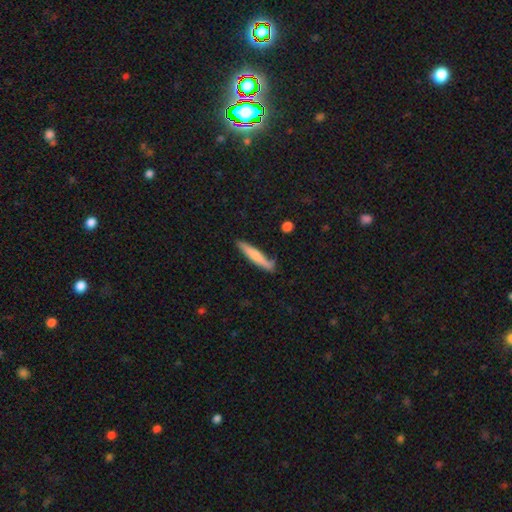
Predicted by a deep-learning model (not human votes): This is likely a smooth galaxy (68%). How rounded: clearly cigar-shaped (93%). Merging: likely none (76%).